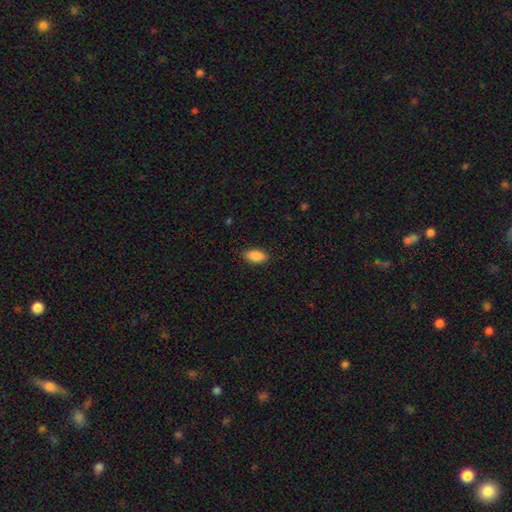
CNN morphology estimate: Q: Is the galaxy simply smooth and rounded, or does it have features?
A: smooth — 88%.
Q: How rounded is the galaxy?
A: in between — 91%.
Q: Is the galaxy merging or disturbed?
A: none — 88%.